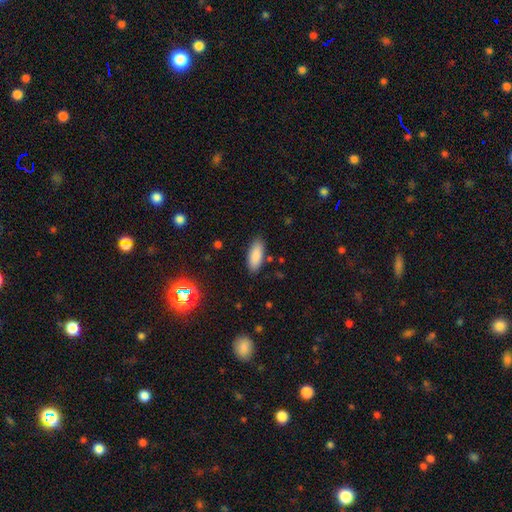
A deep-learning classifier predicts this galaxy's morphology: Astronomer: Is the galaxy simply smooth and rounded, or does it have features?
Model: smooth — 87%.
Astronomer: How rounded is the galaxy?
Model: in between — 80%.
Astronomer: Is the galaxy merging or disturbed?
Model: none — 85%.